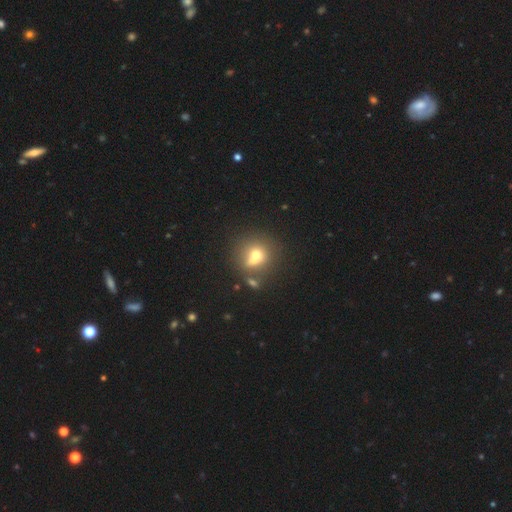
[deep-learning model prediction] smooth-or-featured: smooth: 65% | featured or disk: 20% | star or artifact: 15%
  how-rounded: round: 80% | in between: 18% | cigar-shaped: 1%
  merging: none: 43% | merger: 39% | minor disturbance: 12% | major disturbance: 6%